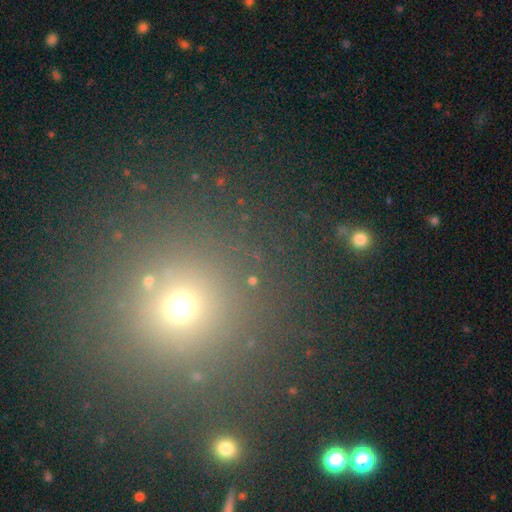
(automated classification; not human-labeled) Smooth or featured? smooth (52%)
How rounded? round (93%)
Merging? none (85%)